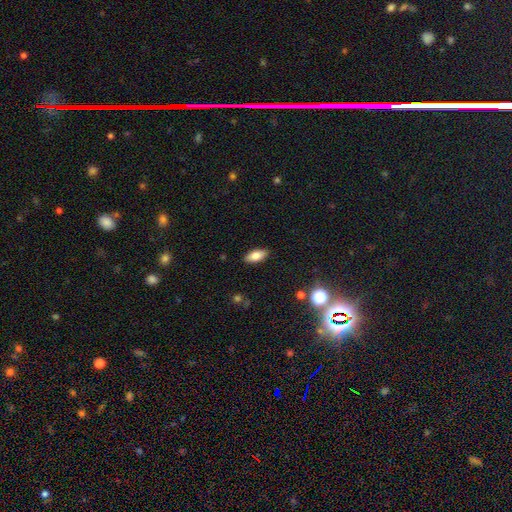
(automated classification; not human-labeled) Morphology: type=smooth (78%); roundness=in between (84%); merging=none (89%).